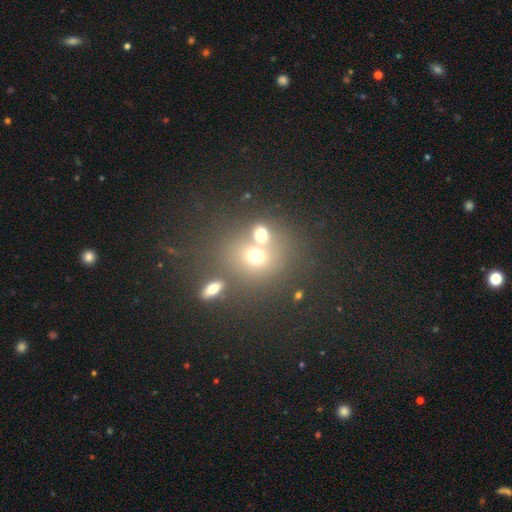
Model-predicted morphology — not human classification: The model was most divided on "merging": none: 45%, merger: 41%, minor disturbance: 9%, major disturbance: 5%. More confident: how rounded — round (72%); smooth or featured — smooth (62%).